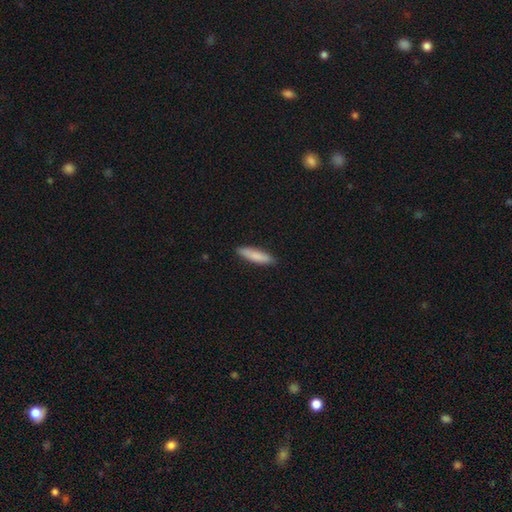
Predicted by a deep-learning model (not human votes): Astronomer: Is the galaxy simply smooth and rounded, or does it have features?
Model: smooth — 84%.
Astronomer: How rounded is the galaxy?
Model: cigar-shaped — 75%.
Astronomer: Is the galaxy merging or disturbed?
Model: none — 89%.